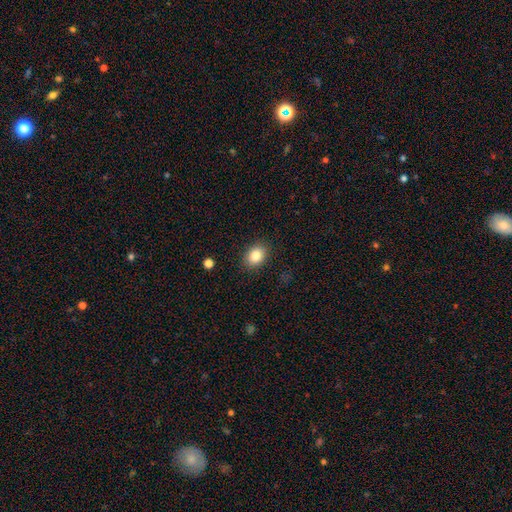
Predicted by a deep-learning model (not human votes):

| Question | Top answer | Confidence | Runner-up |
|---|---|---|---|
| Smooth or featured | smooth | 85% | star or artifact (9%) |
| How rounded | in between | 67% | round (32%) |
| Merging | none | 88% | minor disturbance (9%) |